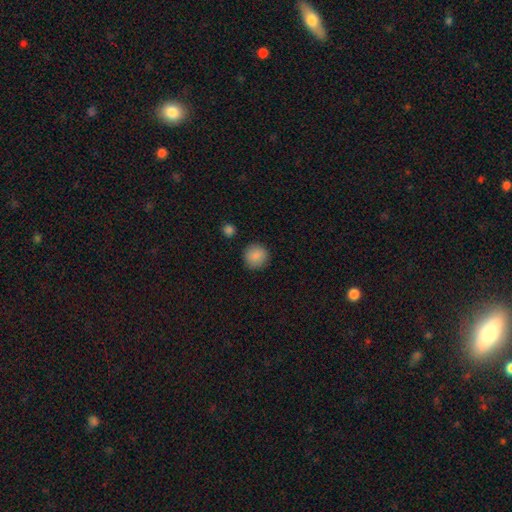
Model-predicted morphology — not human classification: The model was most divided on "smooth or featured": smooth: 88%, star or artifact: 8%, featured or disk: 4%. More confident: how rounded — round (94%); merging — none (90%).